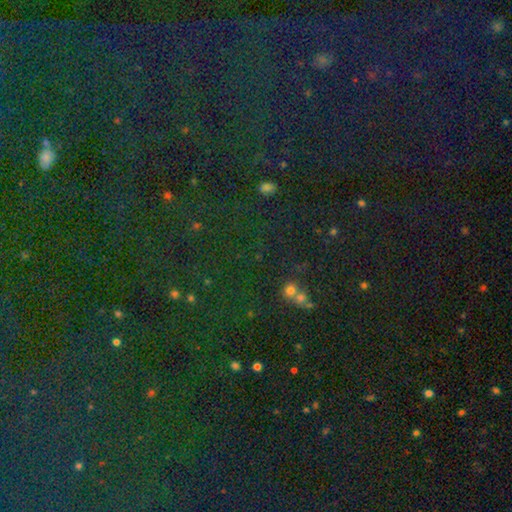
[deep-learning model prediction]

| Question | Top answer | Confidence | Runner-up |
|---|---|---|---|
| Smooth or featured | star or artifact | 76% | smooth (16%) |